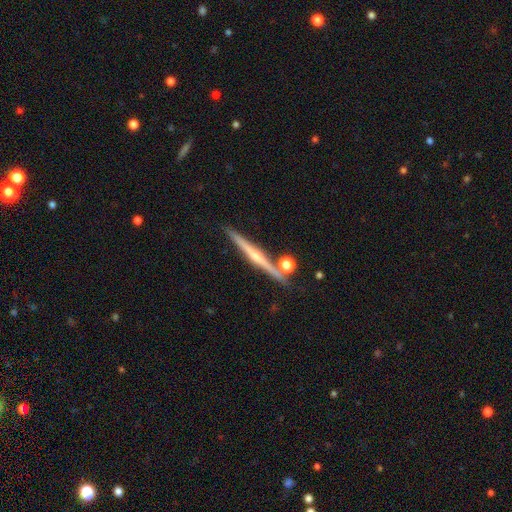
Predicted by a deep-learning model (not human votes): This appears to be a featured or disk galaxy (74%) viewed edge-on (98%) with a rounded central bulge (76%). Merging: none (83%).